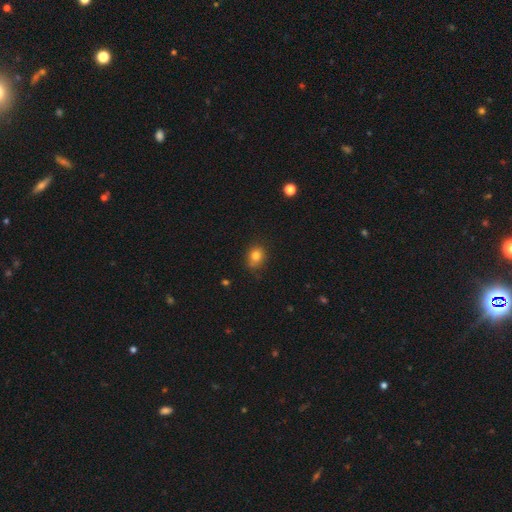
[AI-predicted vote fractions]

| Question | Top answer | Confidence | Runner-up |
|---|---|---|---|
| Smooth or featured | smooth | 81% | star or artifact (11%) |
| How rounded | round | 54% | in between (45%) |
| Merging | none | 76% | minor disturbance (19%) |